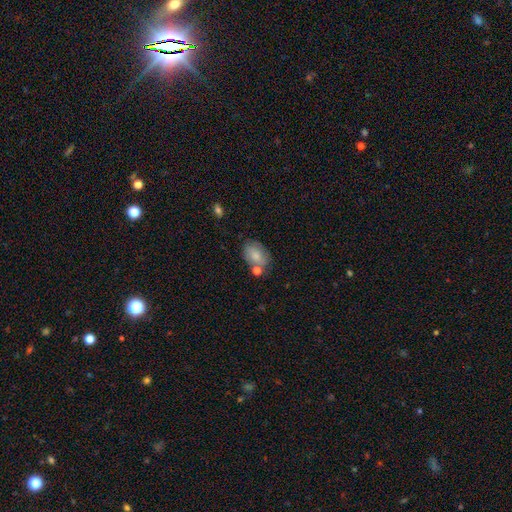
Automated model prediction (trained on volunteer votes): Overall: smooth (76%). How rounded: in between (81%). Merging: none (60%; minor disturbance 20%).